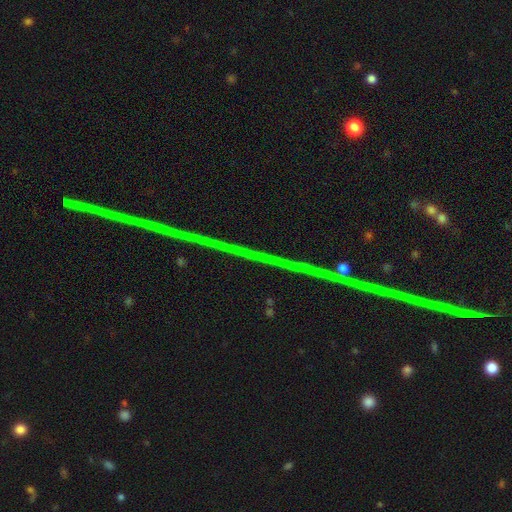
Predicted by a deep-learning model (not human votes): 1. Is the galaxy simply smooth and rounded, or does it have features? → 84% star or artifact, 11% featured or disk, 5% smooth.